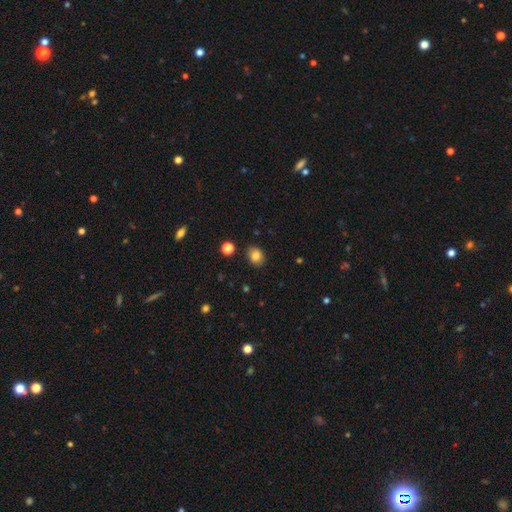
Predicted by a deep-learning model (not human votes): Smooth or featured: smooth — 83% (star or artifact — 10%)
How rounded: in between — 55% (round — 44%)
Merging: none — 85% (minor disturbance — 11%)